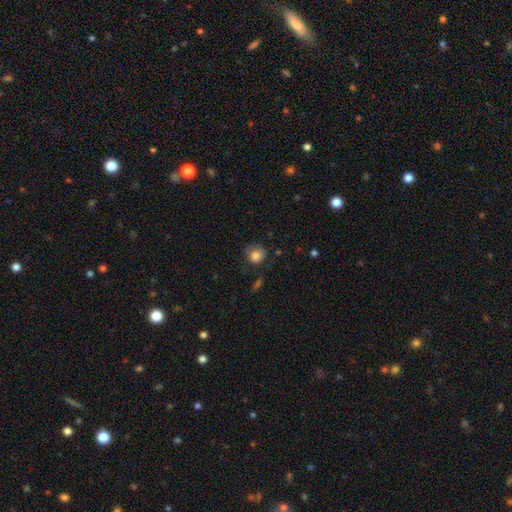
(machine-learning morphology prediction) The model was most divided on "merging": none: 58%, minor disturbance: 27%, major disturbance: 13%, merger: 2%. More confident: how rounded — round (80%); smooth or featured — smooth (80%).